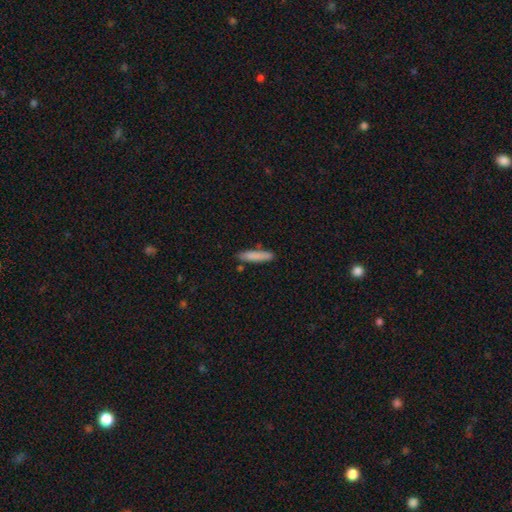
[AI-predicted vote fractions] Morphology: type=smooth (83%); roundness=cigar-shaped (87%); merging=none (80%).